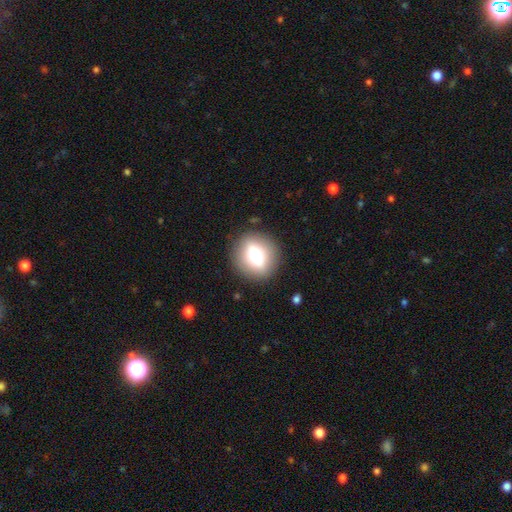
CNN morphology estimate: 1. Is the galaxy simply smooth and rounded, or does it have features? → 66% smooth, 24% featured or disk, 10% star or artifact.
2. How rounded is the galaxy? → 69% round, 28% in between, 3% cigar-shaped.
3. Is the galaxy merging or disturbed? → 87% none, 8% minor disturbance, 3% major disturbance, 2% merger.